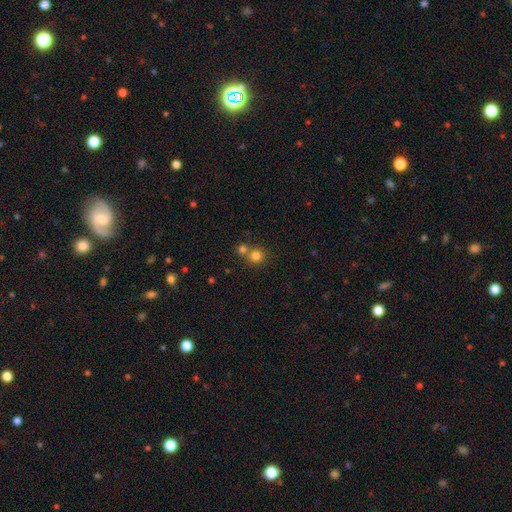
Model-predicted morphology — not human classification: This appears to be a smooth galaxy with no disk features (80%) that is round (90%). Merging: none (56%).